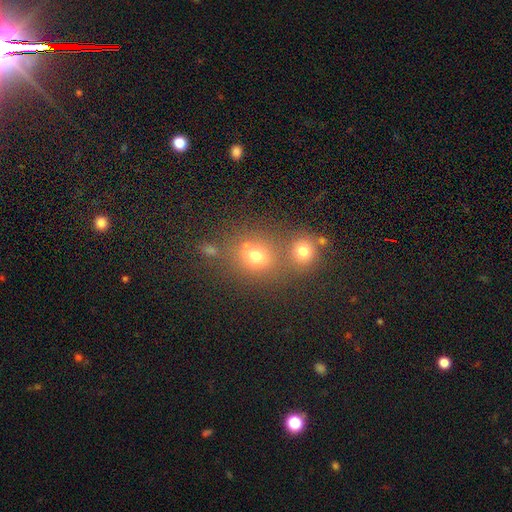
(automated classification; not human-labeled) Smooth or featured? smooth (71%)
How rounded? round (80%)
Merging? none (55%)